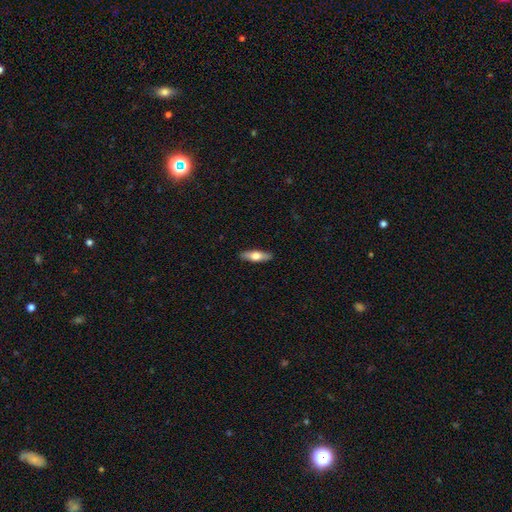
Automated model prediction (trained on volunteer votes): A smooth galaxy with no disk features (61%) that is cigar-shaped (51%). Merging: none (90%).